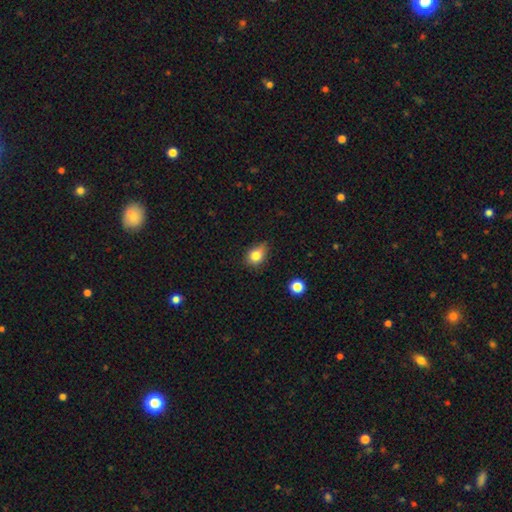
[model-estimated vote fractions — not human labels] This is clearly a smooth galaxy (81%). How rounded: possibly in between (56%). Merging: possibly none (58%).